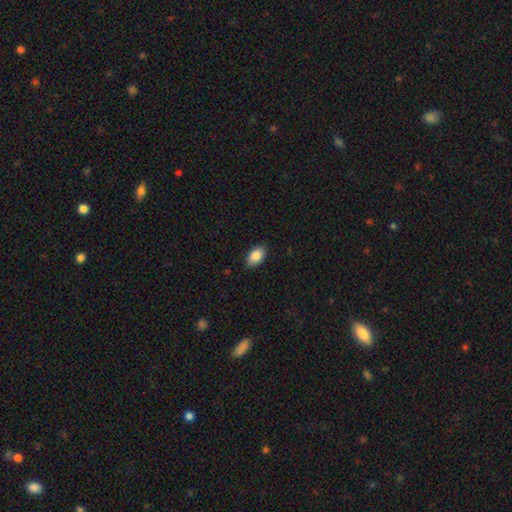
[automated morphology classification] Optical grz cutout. It shows a smooth galaxy with no disk features (87%) that is in between round and cigar-shaped (92%). Merging: none (87%).